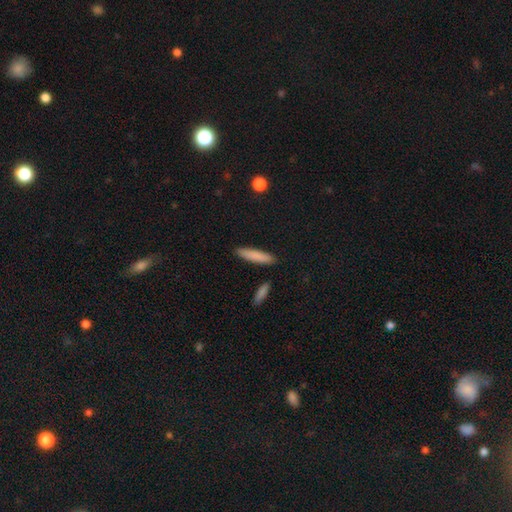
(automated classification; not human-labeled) Morphology: type=smooth (85%); roundness=cigar-shaped (80%); merging=none (88%).